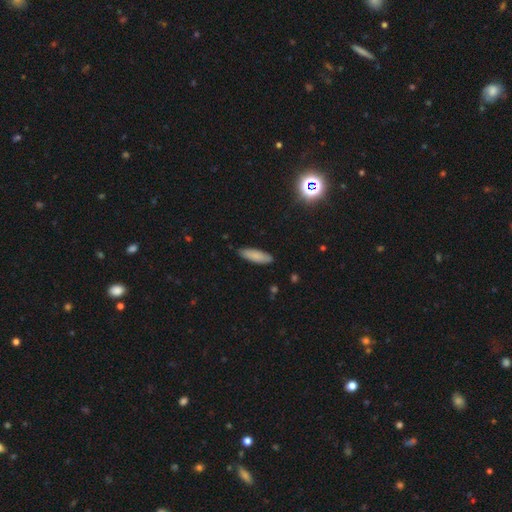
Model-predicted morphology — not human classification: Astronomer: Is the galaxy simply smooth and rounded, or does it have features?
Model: smooth — 85%.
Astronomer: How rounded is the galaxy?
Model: in between — 51% (runner-up: cigar-shaped, 47%).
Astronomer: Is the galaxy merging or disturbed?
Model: none — 86%.